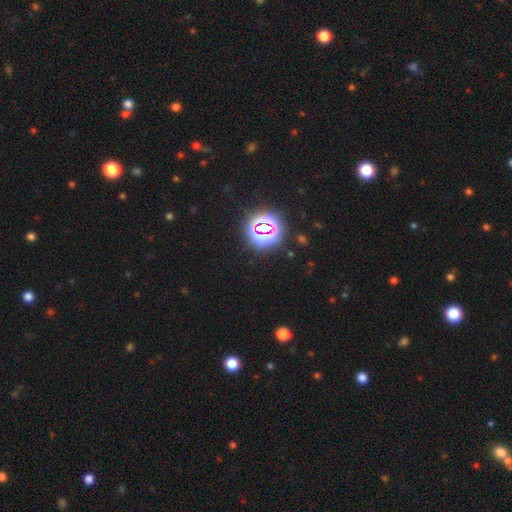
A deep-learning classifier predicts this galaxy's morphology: Smooth or featured? Predicted: star or artifact (p=0.82).